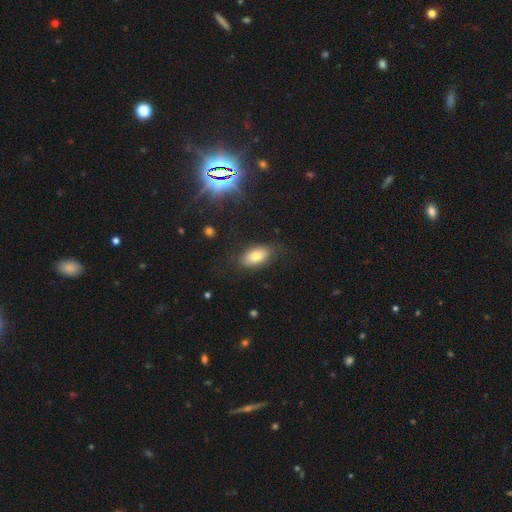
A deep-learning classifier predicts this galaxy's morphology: Smooth or featured?
  - smooth: 75% *
  - featured or disk: 15%
  - star or artifact: 10%
How rounded?
  - in between: 90% *
  - round: 6%
  - cigar-shaped: 3%
Merging?
  - none: 81% *
  - minor disturbance: 14%
  - major disturbance: 4%
  - merger: 1%